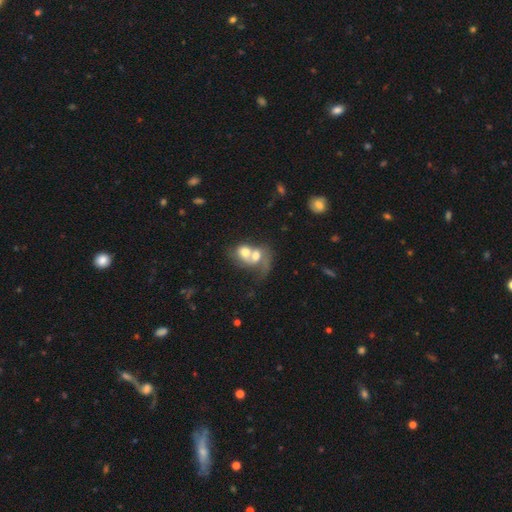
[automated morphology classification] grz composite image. It shows a smooth galaxy with no disk features (50%) that is in between round and cigar-shaped (51%). Merging: merger (80%).